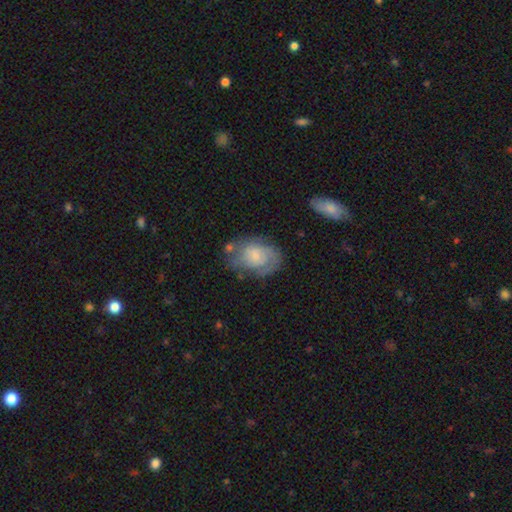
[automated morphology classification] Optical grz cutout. It shows a featured or disk galaxy (49%). Merging: none (53%).